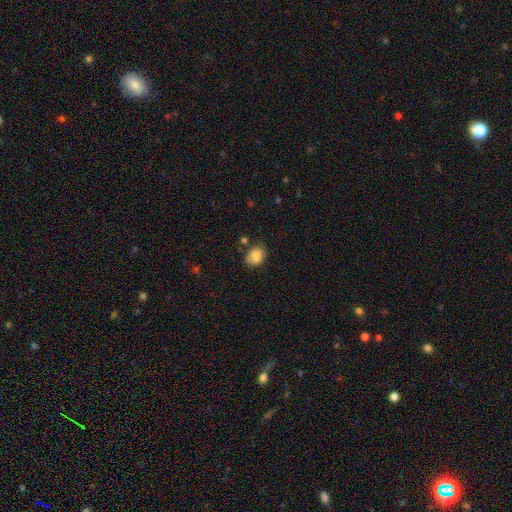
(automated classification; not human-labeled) Smooth or featured: smooth — 84% (star or artifact — 9%)
How rounded: in between — 61% (round — 38%)
Merging: none — 62% (minor disturbance — 25%)